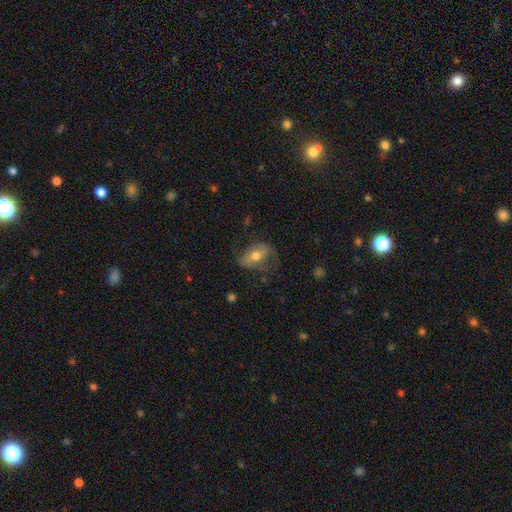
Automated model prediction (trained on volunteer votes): This is possibly a smooth galaxy (52%). How rounded: likely in between (77%). Merging: possibly none (48%).